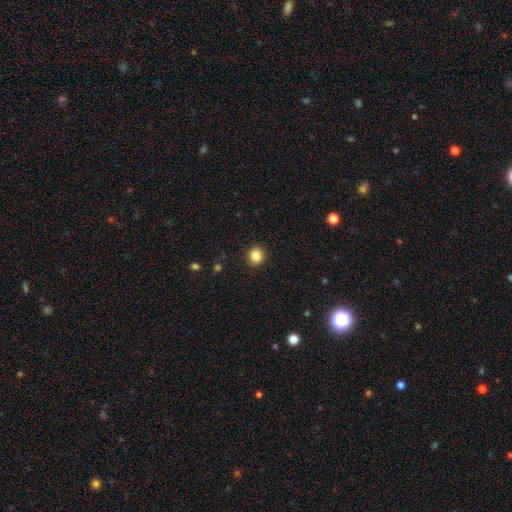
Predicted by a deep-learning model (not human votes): This appears to be a smooth galaxy with no disk features (87%) that is round (84%). Merging: none (91%).